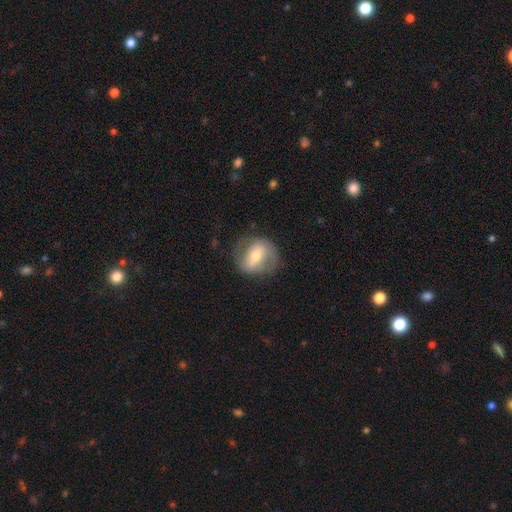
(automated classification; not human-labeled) A featured or disk galaxy (54%) with a strong bar (41%), spiral arms (60%) and a moderate central bulge (66%). Merging: none (71%).